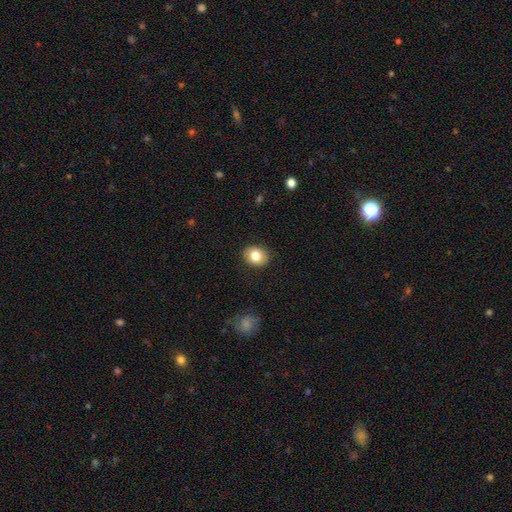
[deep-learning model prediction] Overall: smooth (81%). How rounded: round (53%; in between 46%). Merging: none (87%).